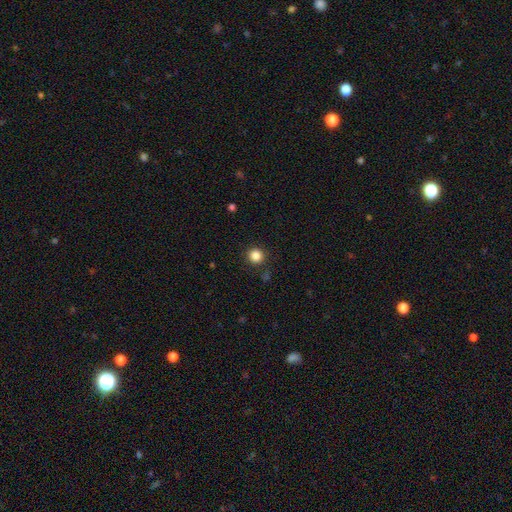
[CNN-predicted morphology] Smooth or featured? smooth (85%)
How rounded? round (93%)
Merging? none (90%)